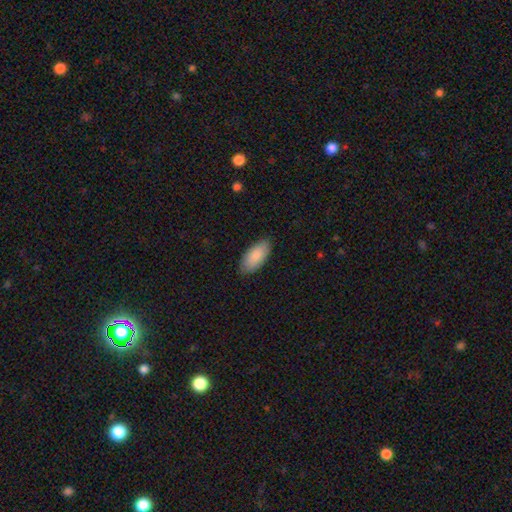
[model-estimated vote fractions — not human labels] Smooth or featured: smooth — 86% (featured or disk — 8%)
How rounded: in between — 91% (cigar-shaped — 8%)
Merging: none — 84% (minor disturbance — 12%)